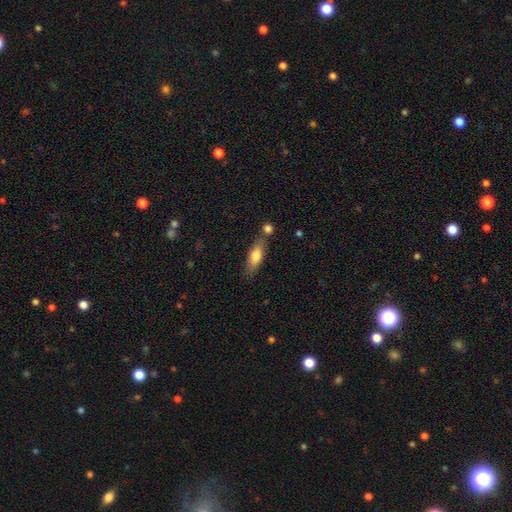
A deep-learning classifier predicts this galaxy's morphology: A smooth galaxy with no disk features (69%) that is in between round and cigar-shaped (56%). Merging: none (67%).